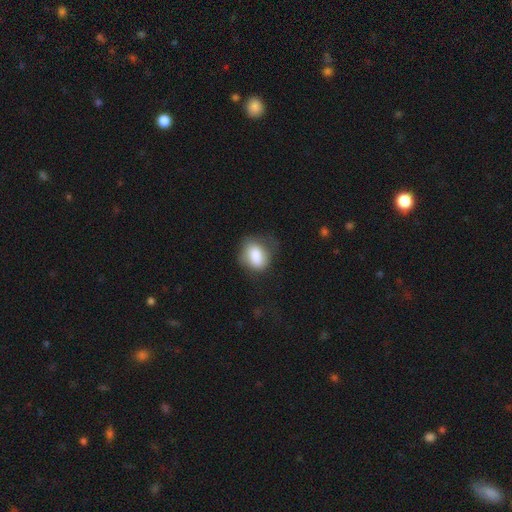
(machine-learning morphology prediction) A smooth galaxy with no disk features (82%) that is in between round and cigar-shaped (68%).

Vote fractions:
- Smooth or featured? smooth: 82% / featured or disk: 10% / star or artifact: 7%
- How rounded? in between: 68% / round: 31% / cigar-shaped: 1%
- Merging? none: 47% / minor disturbance: 33% / major disturbance: 18% / merger: 2%